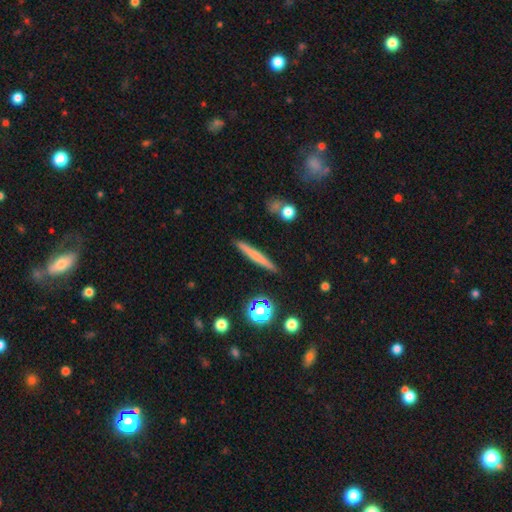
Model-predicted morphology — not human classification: This is possibly a smooth galaxy (60%). How rounded: clearly cigar-shaped (95%). Merging: clearly none (89%).